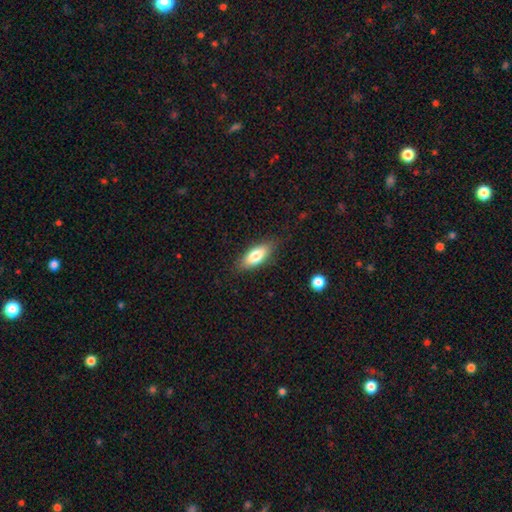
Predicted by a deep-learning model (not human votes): smooth_or_featured: smooth (p=0.77) [alt: featured or disk p=0.16]
how_rounded: in between (p=0.75) [alt: cigar-shaped p=0.23]
merging: none (p=0.82) [alt: minor disturbance p=0.13]